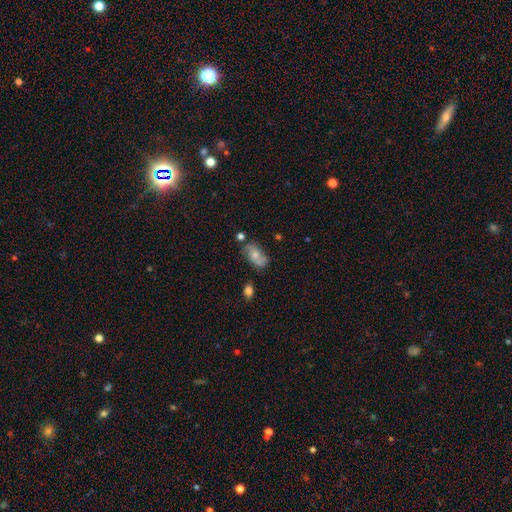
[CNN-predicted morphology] Smooth or featured: smooth — 54% (featured or disk — 38%)
How rounded: in between — 88% (round — 8%)
Merging: none — 59% (minor disturbance — 24%)